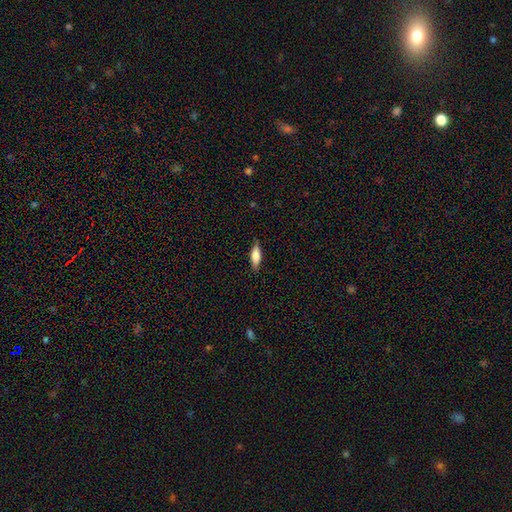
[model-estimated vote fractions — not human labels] This is likely a smooth galaxy (71%). How rounded: possibly in between (58%). Merging: clearly none (84%).